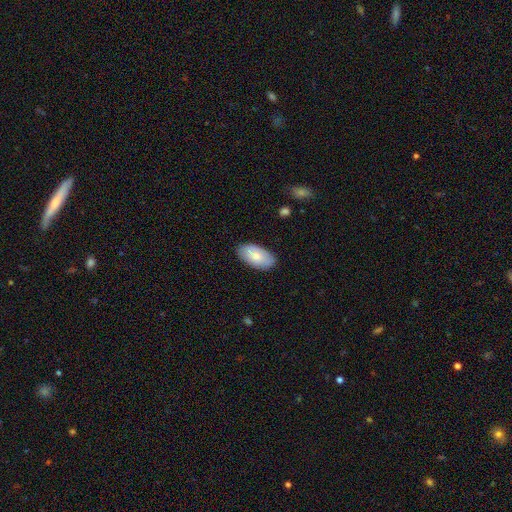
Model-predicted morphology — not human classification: A smooth galaxy with no disk features (67%) that is in between round and cigar-shaped (95%).

Vote fractions:
- Smooth or featured? smooth: 67% / featured or disk: 27% / star or artifact: 6%
- How rounded? in between: 95% / round: 3% / cigar-shaped: 2%
- Merging? none: 83% / minor disturbance: 13% / major disturbance: 3% / merger: 1%